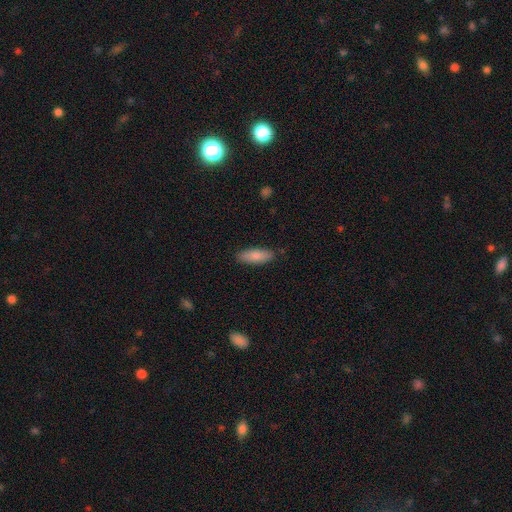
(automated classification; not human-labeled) smooth-or-featured: smooth: 82% | featured or disk: 12% | star or artifact: 6%
  how-rounded: in between: 68% | cigar-shaped: 30% | round: 2%
  merging: none: 86% | minor disturbance: 10% | major disturbance: 2% | merger: 1%